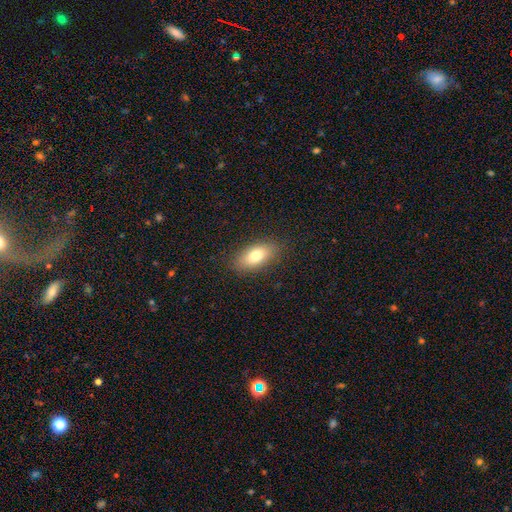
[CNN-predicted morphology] Smooth or featured? smooth (77%)
How rounded? in between (86%)
Merging? none (87%)